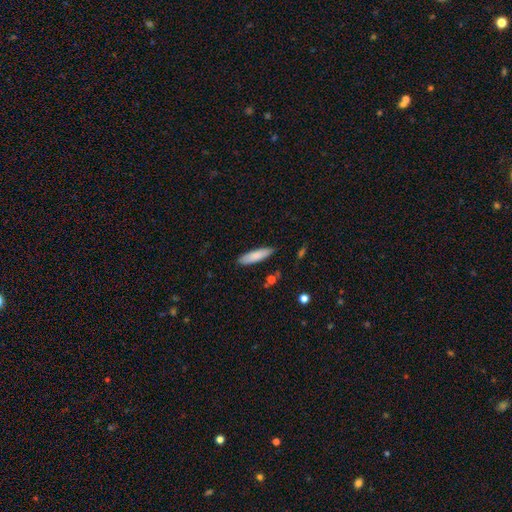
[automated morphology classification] Smooth or featured?
  - smooth: 84% *
  - featured or disk: 10%
  - star or artifact: 6%
How rounded?
  - cigar-shaped: 65% *
  - in between: 33%
  - round: 1%
Merging?
  - none: 86% *
  - minor disturbance: 11%
  - major disturbance: 2%
  - merger: 2%